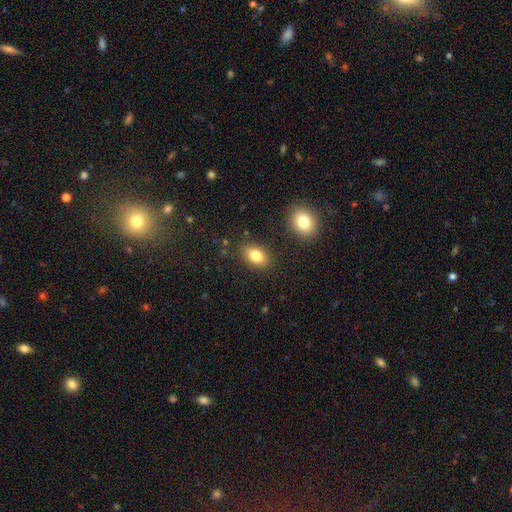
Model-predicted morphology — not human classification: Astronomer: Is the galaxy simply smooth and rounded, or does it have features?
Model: smooth — 81%.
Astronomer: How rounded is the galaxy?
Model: in between — 82%.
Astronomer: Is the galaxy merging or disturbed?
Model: none — 84%.